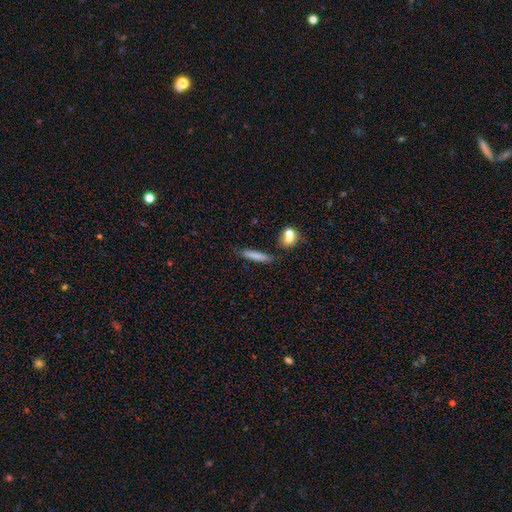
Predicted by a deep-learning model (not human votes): Smooth or featured? smooth (77%)
How rounded? cigar-shaped (87%)
Merging? none (78%)